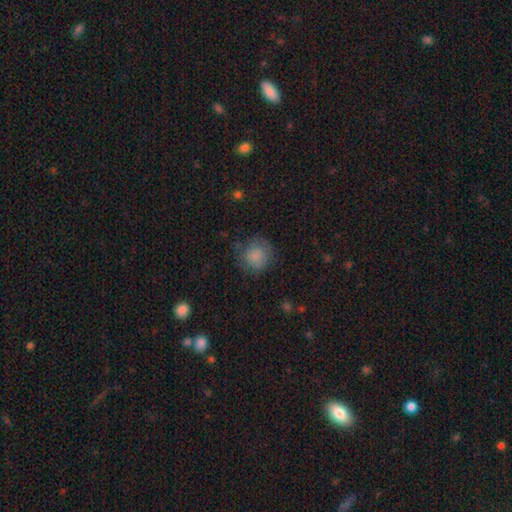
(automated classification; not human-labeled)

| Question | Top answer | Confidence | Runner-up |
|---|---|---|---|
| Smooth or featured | smooth | 81% | star or artifact (9%) |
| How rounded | round | 88% | in between (11%) |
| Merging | none | 70% | minor disturbance (20%) |